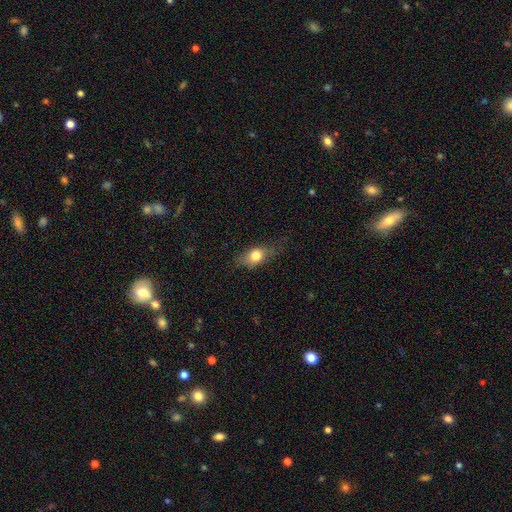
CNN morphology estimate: Smooth or featured: smooth — 75% (featured or disk — 17%)
How rounded: in between — 71% (round — 20%)
Merging: none — 61% (minor disturbance — 27%)